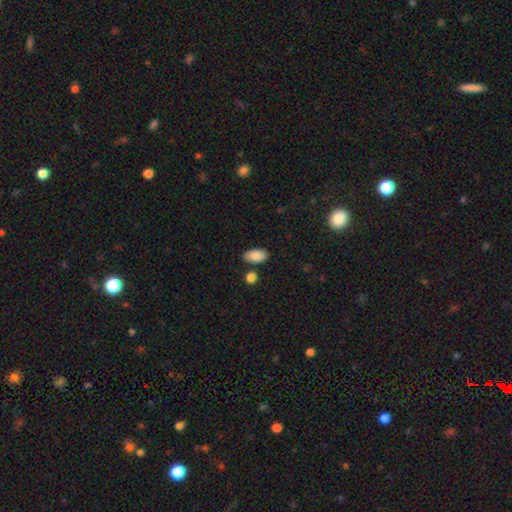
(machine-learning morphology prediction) A smooth galaxy with no disk features (87%) that is in between round and cigar-shaped (94%). Merging: none (79%).